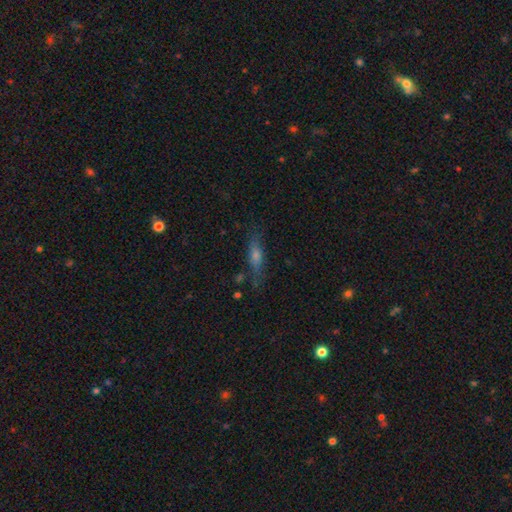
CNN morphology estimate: Smooth or featured: smooth — 43% (featured or disk — 42%)
Merging: none — 74% (minor disturbance — 17%)